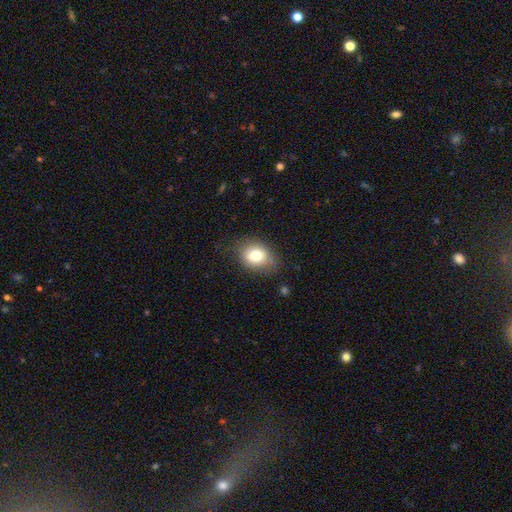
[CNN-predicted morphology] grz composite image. It shows a smooth galaxy with no disk features (77%) that is in between round and cigar-shaped (59%). Merging: none (74%).